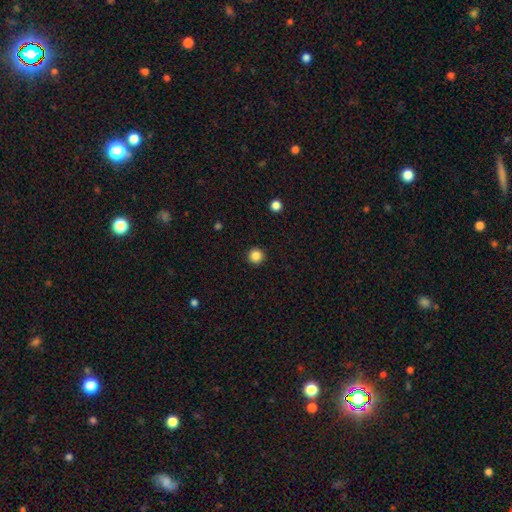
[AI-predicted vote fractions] Morphology: type=smooth (85%); roundness=round (96%); merging=none (93%).